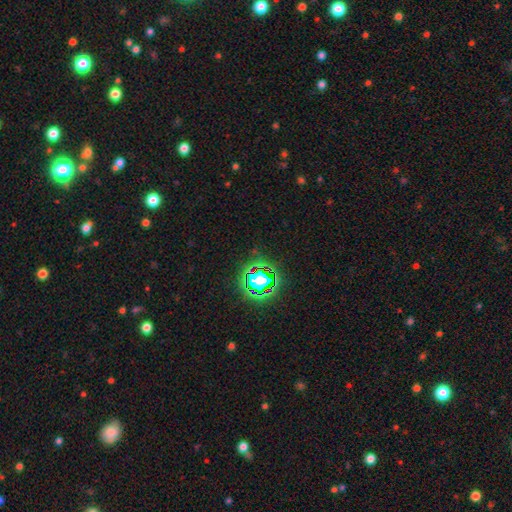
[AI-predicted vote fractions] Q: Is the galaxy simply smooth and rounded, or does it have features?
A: star or artifact — 81%.